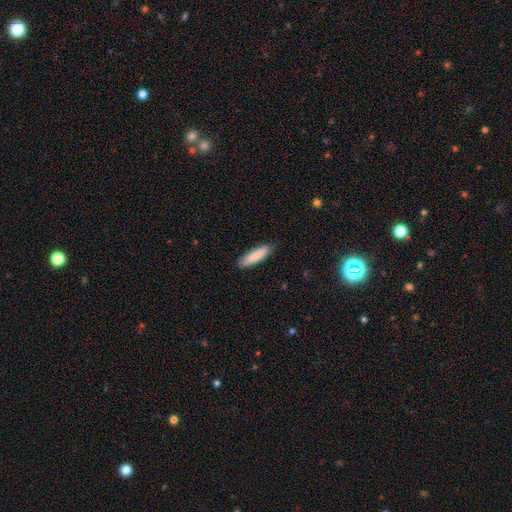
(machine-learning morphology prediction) smooth_or_featured: smooth (p=0.87) [alt: featured or disk p=0.08]
how_rounded: cigar-shaped (p=0.68) [alt: in between p=0.30]
merging: none (p=0.88) [alt: minor disturbance p=0.10]